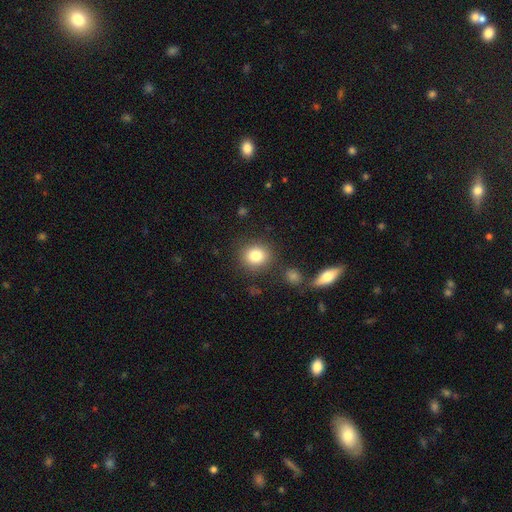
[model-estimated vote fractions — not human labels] Morphology: type=smooth (83%); roundness=round (76%); merging=none (84%).